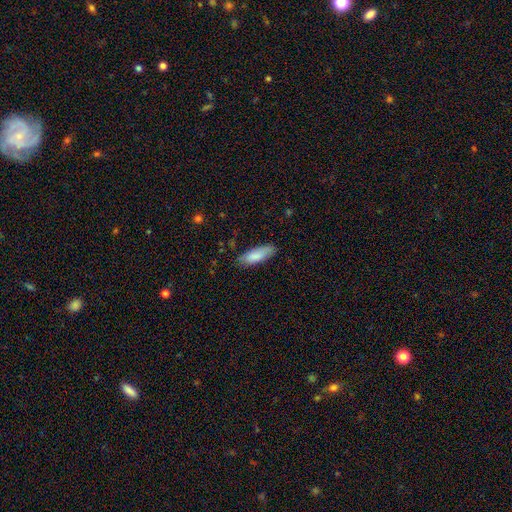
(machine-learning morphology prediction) A smooth galaxy with no disk features (85%) that is in between round and cigar-shaped (62%). Merging: none (77%).